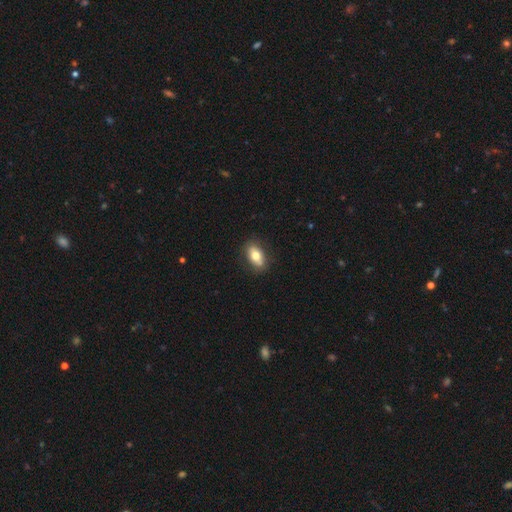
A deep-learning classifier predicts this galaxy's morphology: This appears to be a smooth galaxy with no disk features (73%) that is in between round and cigar-shaped (87%). Merging: none (83%).